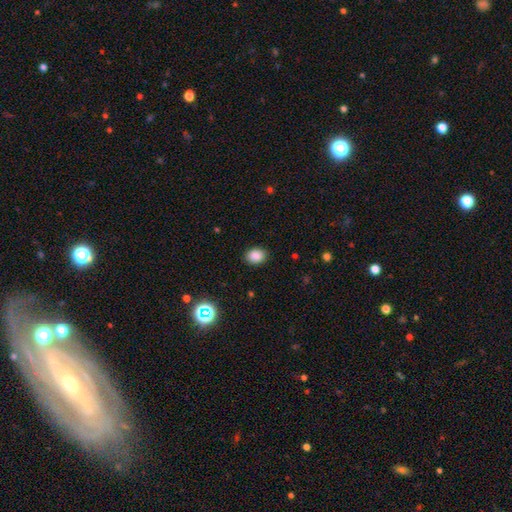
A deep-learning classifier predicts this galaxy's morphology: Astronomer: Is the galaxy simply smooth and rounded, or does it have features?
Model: smooth — 86%.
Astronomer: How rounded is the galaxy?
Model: in between — 56% (runner-up: round, 43%).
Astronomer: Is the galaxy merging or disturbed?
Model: none — 89%.